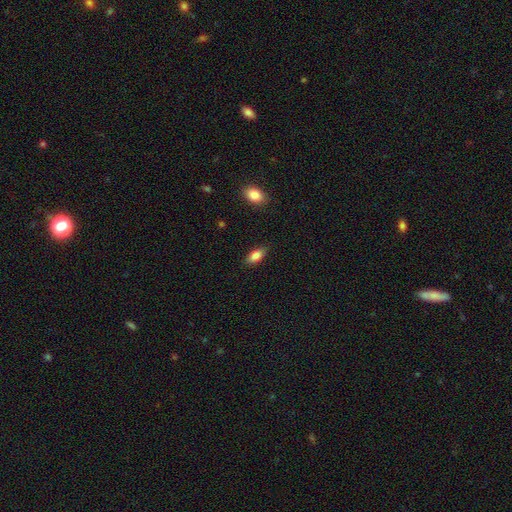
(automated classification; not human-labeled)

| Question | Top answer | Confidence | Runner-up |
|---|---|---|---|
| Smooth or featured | smooth | 81% | featured or disk (11%) |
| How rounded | in between | 85% | cigar-shaped (12%) |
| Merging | none | 84% | minor disturbance (12%) |